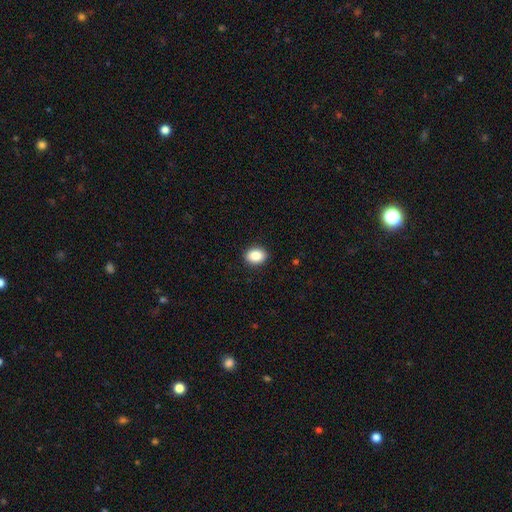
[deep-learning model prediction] Q: Smooth or featured?
A: smooth (87%); runner-up: star or artifact (8%)
Q: How rounded?
A: in between (63%); runner-up: round (36%)
Q: Merging?
A: none (91%); runner-up: minor disturbance (7%)